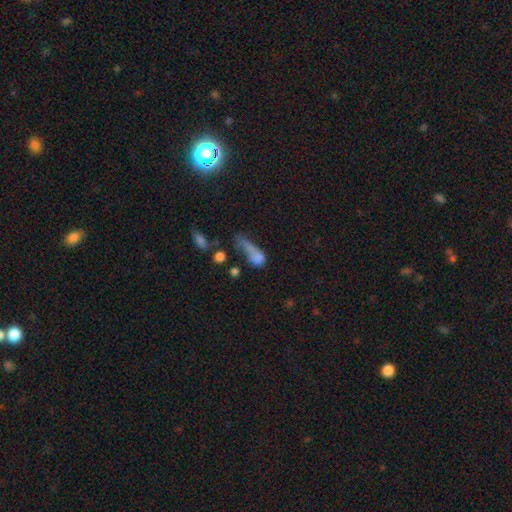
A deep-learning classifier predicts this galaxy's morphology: Q: Smooth or featured?
A: smooth (66%); runner-up: featured or disk (21%)
Q: How rounded?
A: in between (59%); runner-up: cigar-shaped (24%)
Q: Merging?
A: major disturbance (48%); runner-up: none (18%)